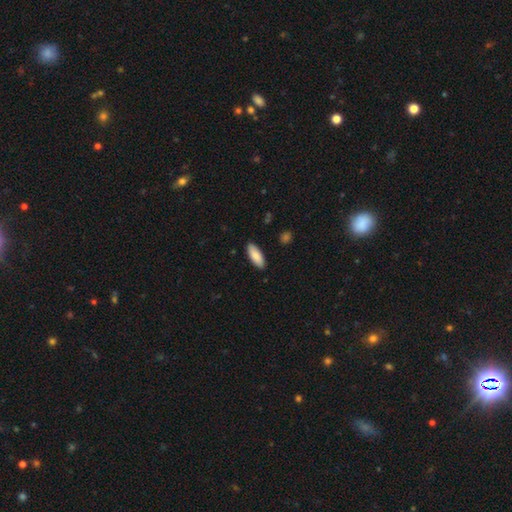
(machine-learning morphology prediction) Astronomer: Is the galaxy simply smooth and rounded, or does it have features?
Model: smooth — 86%.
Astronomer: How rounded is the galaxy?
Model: in between — 78%.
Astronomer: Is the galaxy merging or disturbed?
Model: none — 88%.